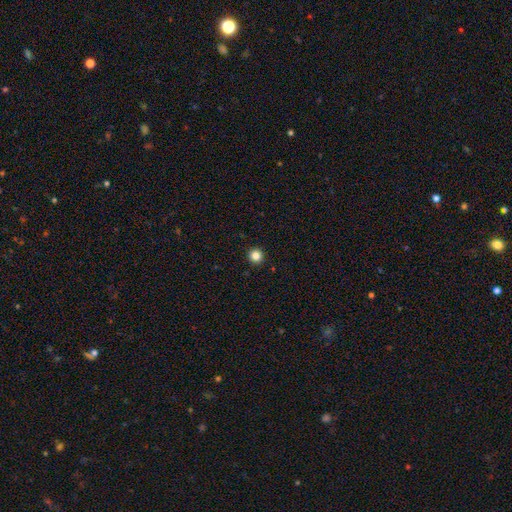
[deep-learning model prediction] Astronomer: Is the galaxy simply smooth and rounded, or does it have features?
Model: smooth — 84%.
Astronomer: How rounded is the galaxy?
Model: round — 96%.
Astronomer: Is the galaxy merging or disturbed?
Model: none — 94%.